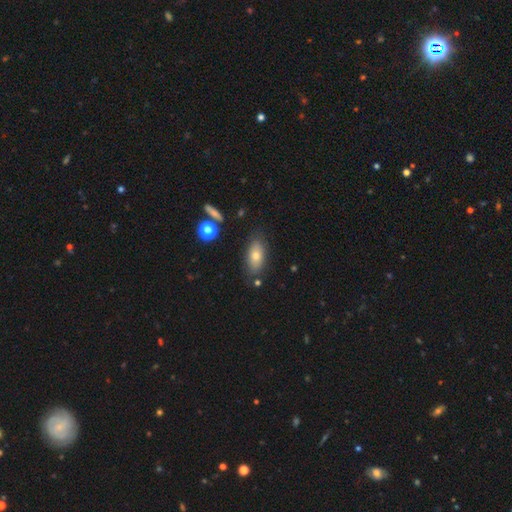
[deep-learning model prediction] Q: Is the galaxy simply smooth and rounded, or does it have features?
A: smooth — 70%.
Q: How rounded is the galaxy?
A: in between — 83%.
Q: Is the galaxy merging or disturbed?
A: none — 80%.